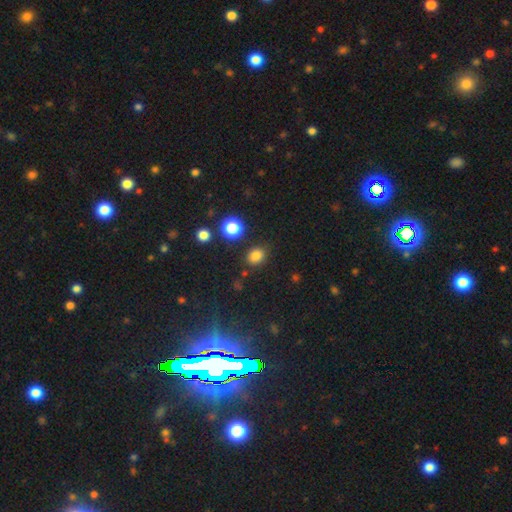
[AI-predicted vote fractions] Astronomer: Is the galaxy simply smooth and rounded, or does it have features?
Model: smooth — 81%.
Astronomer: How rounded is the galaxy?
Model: round — 52% (runner-up: in between, 47%).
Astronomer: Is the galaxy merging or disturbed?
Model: none — 82%.